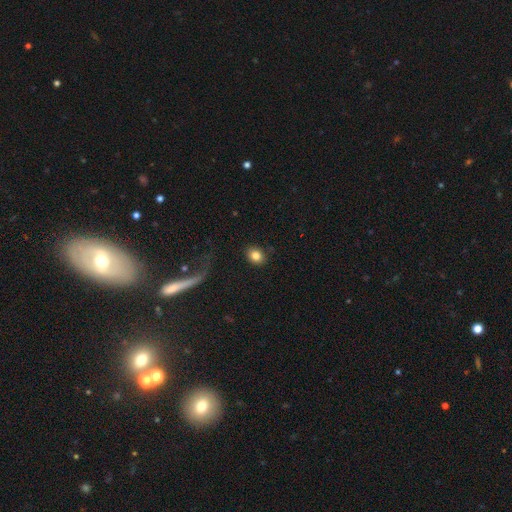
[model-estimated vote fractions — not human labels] Smooth or featured? Predicted: smooth (p=0.82). How rounded? Predicted: round (p=0.56). Merging? Predicted: none (p=0.88).